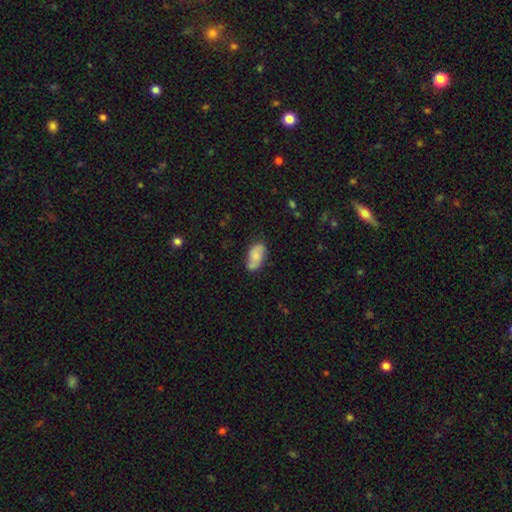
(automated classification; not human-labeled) smooth 61%, featured or disk 31%, star or artifact 8%. Down the decision tree: how rounded — in between (91%); merging — none (64%).